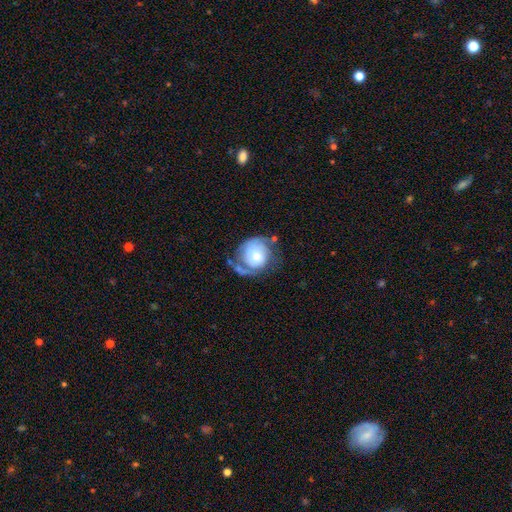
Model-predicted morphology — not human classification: Smooth or featured: featured or disk — 47% (smooth — 46%)
Merging: none — 39% (minor disturbance — 26%)